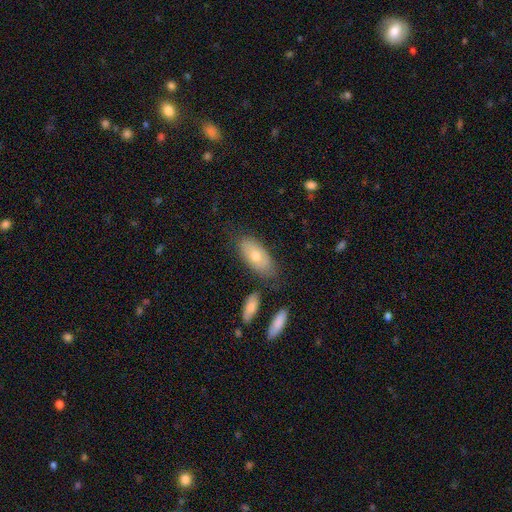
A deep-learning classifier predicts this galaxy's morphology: This is likely a smooth galaxy (67%). How rounded: clearly in between (88%). Merging: likely none (72%).